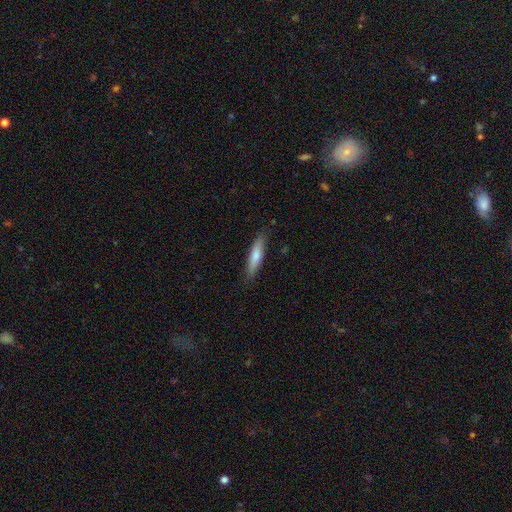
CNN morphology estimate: The model was most divided on "smooth or featured": smooth: 69%, featured or disk: 25%, star or artifact: 6%. More confident: merging — none (84%); how rounded — cigar-shaped (80%).